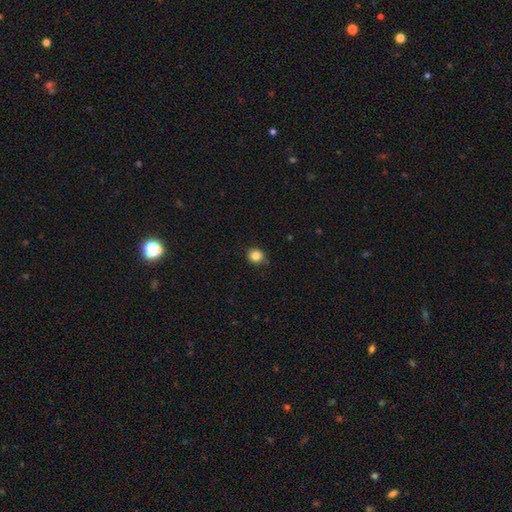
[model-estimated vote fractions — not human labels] Morphology: type=smooth (84%); roundness=round (80%); merging=none (76%).